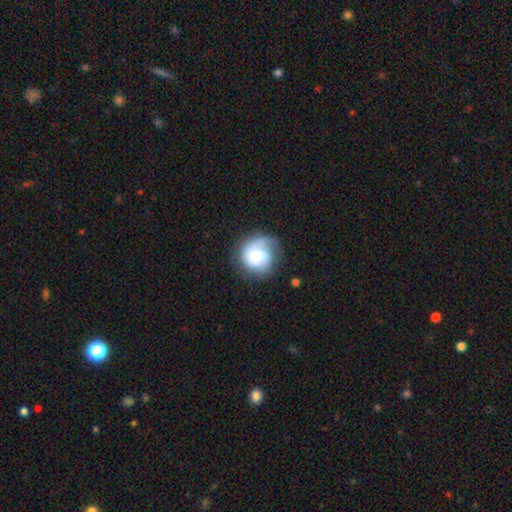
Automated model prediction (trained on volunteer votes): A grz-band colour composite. It shows a featured or disk galaxy (50%). Merging: none (59%).